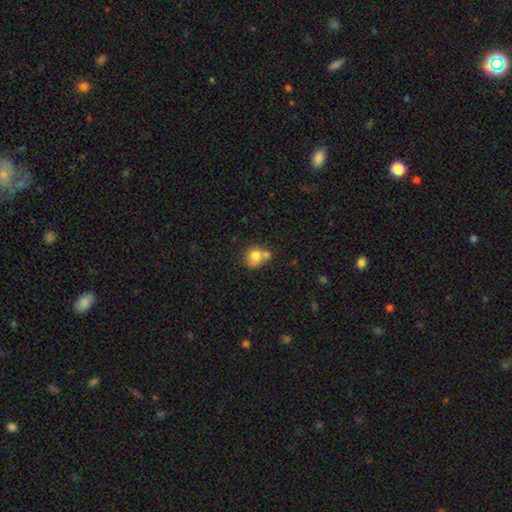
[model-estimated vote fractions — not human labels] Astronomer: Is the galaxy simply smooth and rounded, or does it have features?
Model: smooth — 75%.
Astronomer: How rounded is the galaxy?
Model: round — 72%.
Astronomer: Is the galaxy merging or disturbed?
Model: merger — 44% (runner-up: none, 35%).